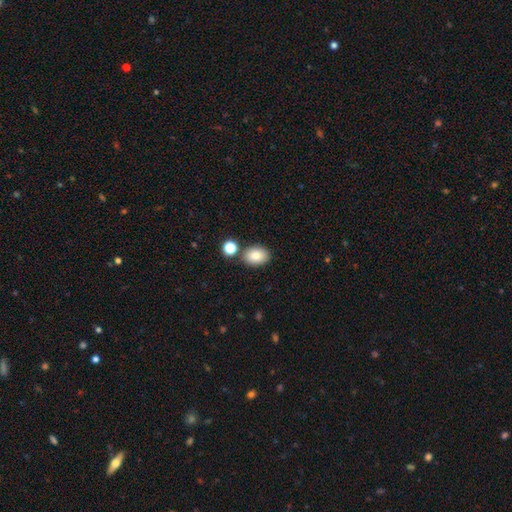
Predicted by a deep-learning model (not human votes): smooth_or_featured: smooth (p=0.84) [alt: star or artifact p=0.09]
how_rounded: in between (p=0.75) [alt: round p=0.24]
merging: none (p=0.78) [alt: minor disturbance p=0.10]